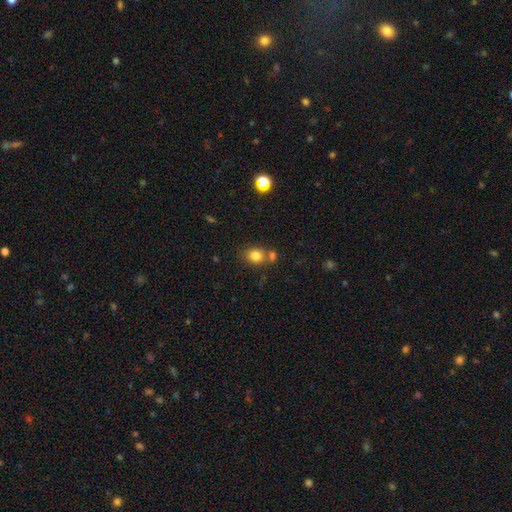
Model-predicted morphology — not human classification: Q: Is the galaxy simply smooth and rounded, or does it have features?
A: smooth — 81%.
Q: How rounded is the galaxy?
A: round — 60%.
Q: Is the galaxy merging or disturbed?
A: none — 61%.